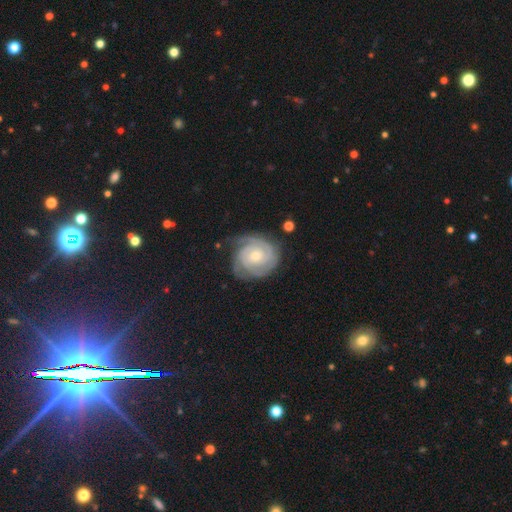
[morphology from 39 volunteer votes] smooth-or-featured: featured or disk: 92% | smooth: 8% | star or artifact: 0%
  disk-edge-on: no: 94% | yes: 6%
    bar: no: 68% | weak: 29% | strong: 3%
    has-spiral-arms: yes: 97% | no: 3%
      spiral-winding: tight: 85% | medium: 12% | loose: 3%
      spiral-arm-count: 3: 42% | 2: 30% | can't tell: 18% | 4: 9% | 1: 0% | more than 4: 0%
    bulge-size: moderate: 59% | small: 38% | none: 3% | dominant: 0% | large: 0%
  merging: none: 74% | minor disturbance: 18% | major disturbance: 8% | merger: 0%